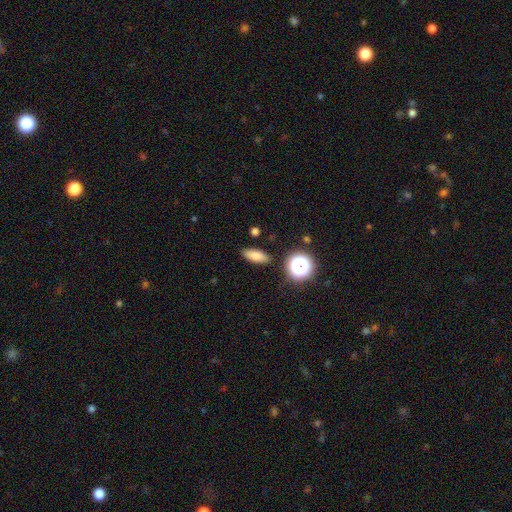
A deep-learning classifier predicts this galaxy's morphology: The model was most divided on "how rounded": in between: 70%, cigar-shaped: 21%, round: 9%. More confident: merging — none (86%); smooth or featured — smooth (80%).